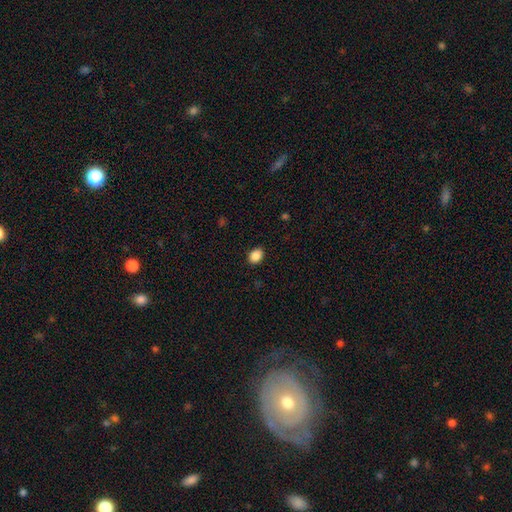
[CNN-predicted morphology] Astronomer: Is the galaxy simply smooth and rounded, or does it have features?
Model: smooth — 88%.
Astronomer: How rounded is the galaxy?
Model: in between — 69%.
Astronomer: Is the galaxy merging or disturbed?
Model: none — 90%.